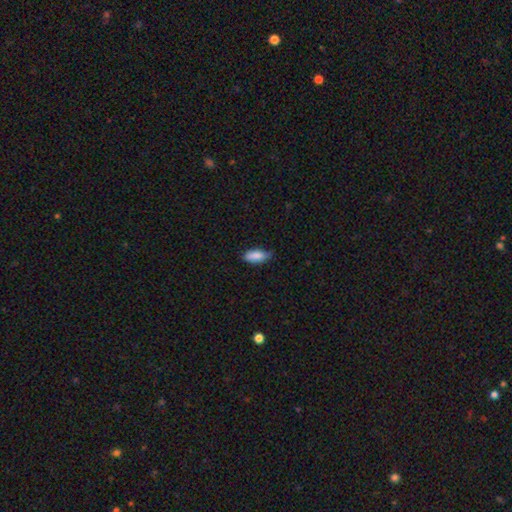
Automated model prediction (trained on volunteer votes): smooth-or-featured: smooth: 86% | featured or disk: 7% | star or artifact: 7%
  how-rounded: in between: 84% | cigar-shaped: 14% | round: 2%
  merging: none: 67% | minor disturbance: 28% | major disturbance: 4% | merger: 1%